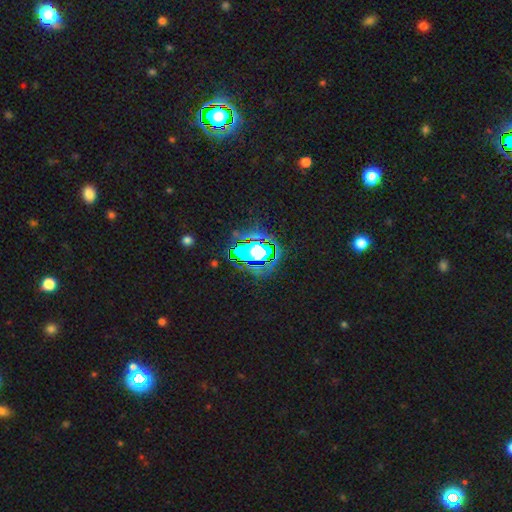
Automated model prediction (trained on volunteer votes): A star or artifact, not a galaxy (79%).

Vote fractions:
- Smooth or featured? star or artifact: 79% / smooth: 13% / featured or disk: 8%